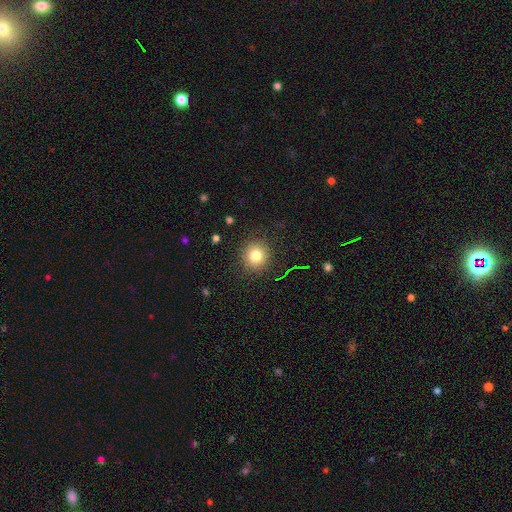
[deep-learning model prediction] A smooth galaxy with no disk features (79%) that is round (92%).

Vote fractions:
- Smooth or featured? smooth: 79% / star or artifact: 13% / featured or disk: 8%
- How rounded? round: 92% / in between: 7% / cigar-shaped: 1%
- Merging? none: 89% / minor disturbance: 7% / major disturbance: 3% / merger: 1%